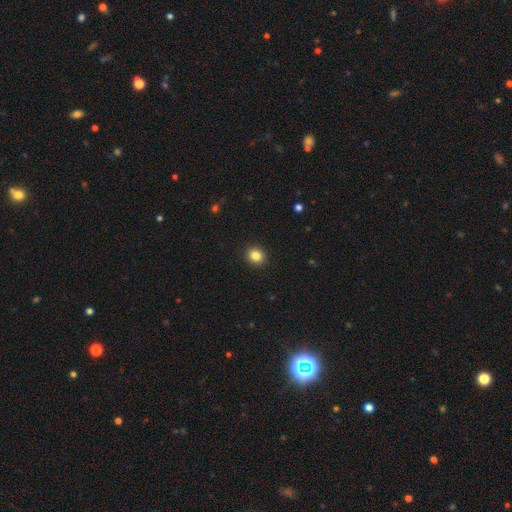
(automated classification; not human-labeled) A smooth galaxy with no disk features (84%) that is round (85%). Merging: none (92%).